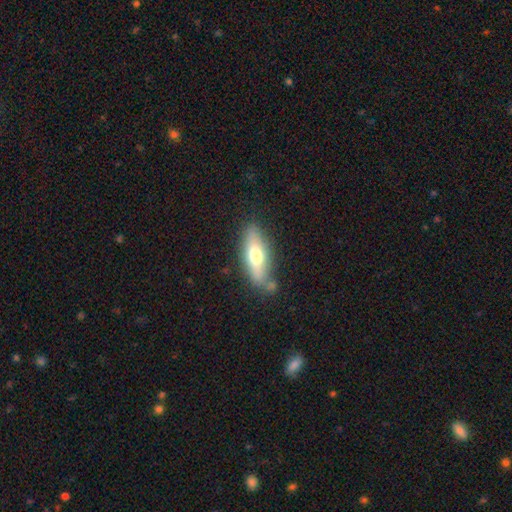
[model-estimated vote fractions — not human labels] A smooth galaxy with no disk features (59%) that is in between round and cigar-shaped (52%).

Vote fractions:
- Smooth or featured? smooth: 59% / featured or disk: 35% / star or artifact: 7%
- How rounded? in between: 52% / cigar-shaped: 46% / round: 3%
- Merging? none: 71% / minor disturbance: 17% / merger: 7% / major disturbance: 5%